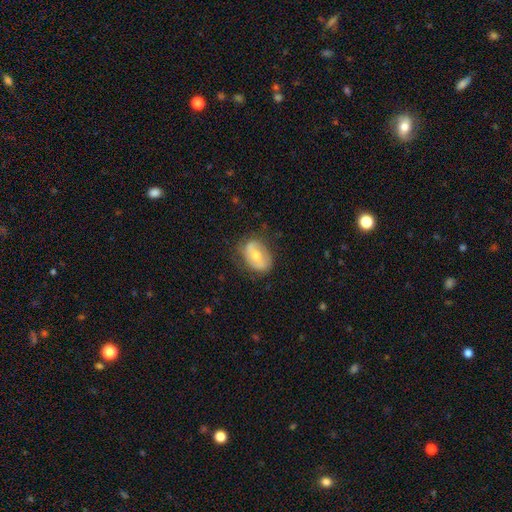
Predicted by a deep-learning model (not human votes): Smooth or featured: smooth — 49% (featured or disk — 44%)
Merging: none — 66% (minor disturbance — 24%)